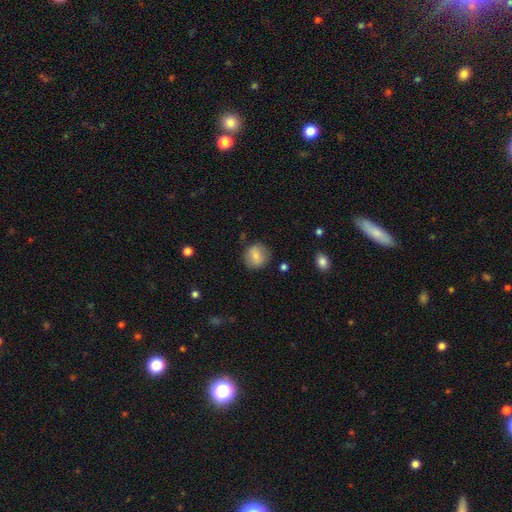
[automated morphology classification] smooth-or-featured: smooth: 78% | featured or disk: 13% | star or artifact: 8%
  how-rounded: round: 85% | in between: 14% | cigar-shaped: 1%
  merging: none: 80% | minor disturbance: 14% | major disturbance: 4% | merger: 2%